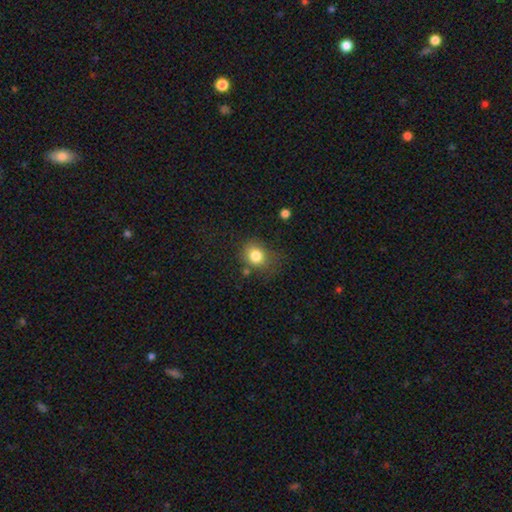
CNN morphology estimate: A smooth galaxy with no disk features (81%) that is round (68%).

Vote fractions:
- Smooth or featured? smooth: 81% / star or artifact: 11% / featured or disk: 8%
- How rounded? round: 68% / in between: 31% / cigar-shaped: 1%
- Merging? none: 66% / minor disturbance: 21% / major disturbance: 9% / merger: 5%